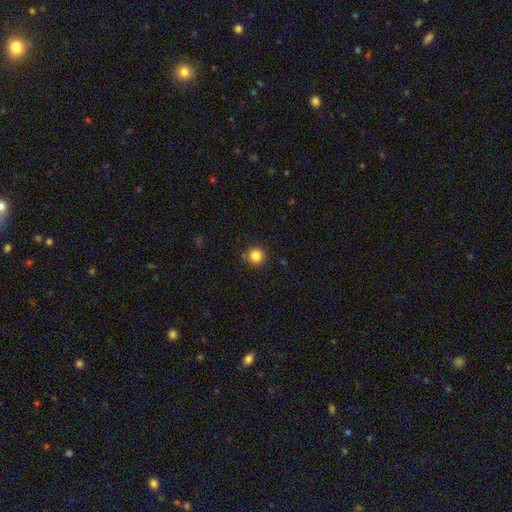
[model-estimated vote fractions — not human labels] smooth-or-featured: smooth: 84% | star or artifact: 11% | featured or disk: 5%
  how-rounded: round: 95% | in between: 4% | cigar-shaped: 1%
  merging: none: 87% | minor disturbance: 9% | major disturbance: 2% | merger: 2%